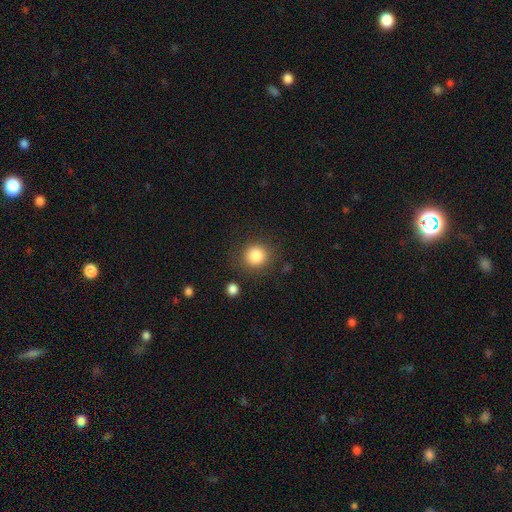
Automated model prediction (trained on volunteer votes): Smooth or featured? Predicted: smooth (p=0.85). How rounded? Predicted: round (p=0.90). Merging? Predicted: none (p=0.85).